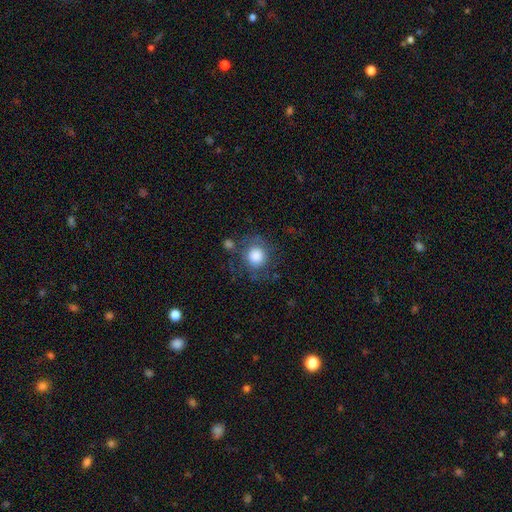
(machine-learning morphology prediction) Q: Smooth or featured?
A: smooth (74%); runner-up: featured or disk (18%)
Q: How rounded?
A: round (89%); runner-up: in between (10%)
Q: Merging?
A: none (64%); runner-up: minor disturbance (18%)